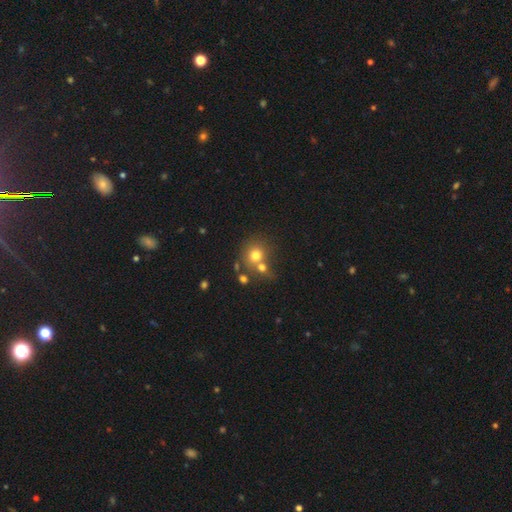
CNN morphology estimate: Smooth or featured: smooth — 72% (featured or disk — 15%)
How rounded: round — 84% (in between — 16%)
Merging: none — 46% (merger — 39%)